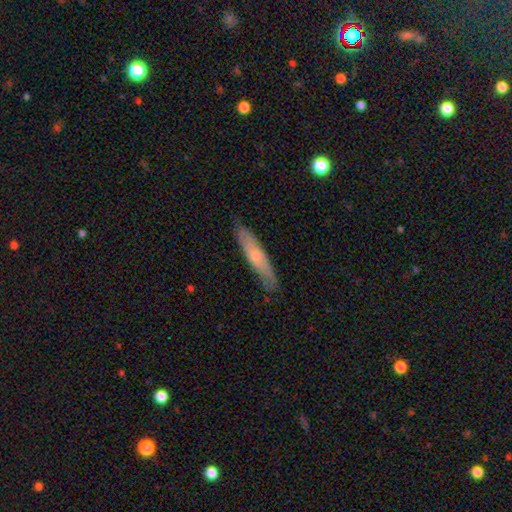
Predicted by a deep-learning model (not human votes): Morphology: type=smooth (58%); roundness=cigar-shaped (86%); merging=none (83%).